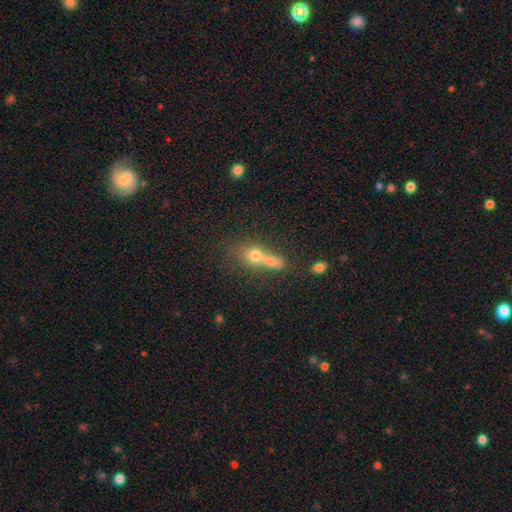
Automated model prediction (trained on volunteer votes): Smooth or featured? smooth (66%)
How rounded? round (51%)
Merging? merger (63%)